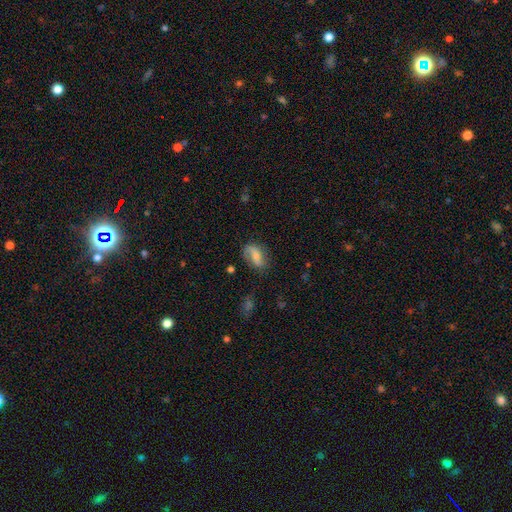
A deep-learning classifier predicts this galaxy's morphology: This is possibly a smooth galaxy (49%). Merging: likely none (67%).